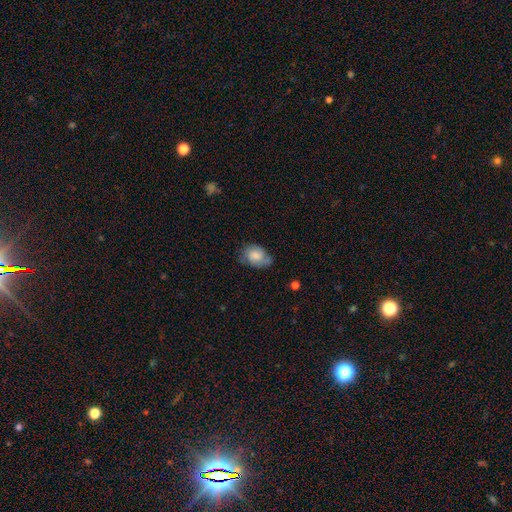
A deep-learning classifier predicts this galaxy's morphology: This appears to be a smooth galaxy with no disk features (68%) that is in between round and cigar-shaped (73%). Merging: none (47%).